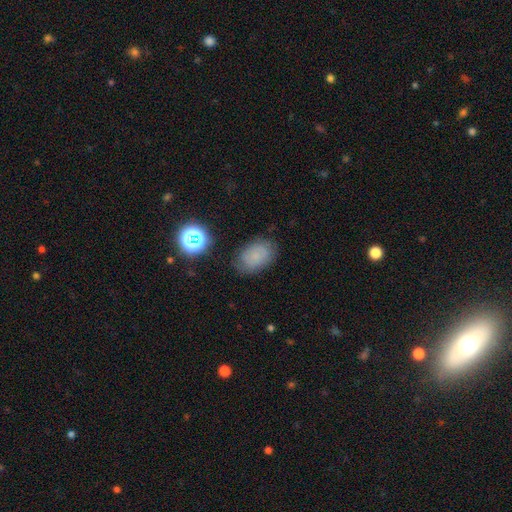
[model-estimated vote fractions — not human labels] This appears to be a smooth galaxy with no disk features (68%) that is in between round and cigar-shaped (81%). Merging: none (77%).